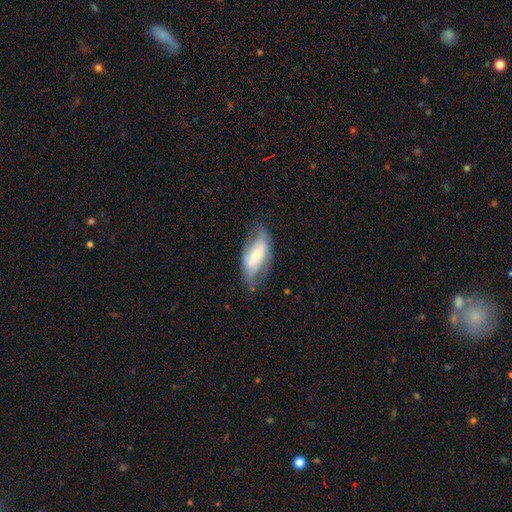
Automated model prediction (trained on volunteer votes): A featured or disk galaxy (55%).

Vote fractions:
- Smooth or featured? featured or disk: 55% / smooth: 38% / star or artifact: 7%
- Edge-on disk? no: 84% / yes: 16%
- Merging? none: 64% / minor disturbance: 24% / major disturbance: 10% / merger: 2%